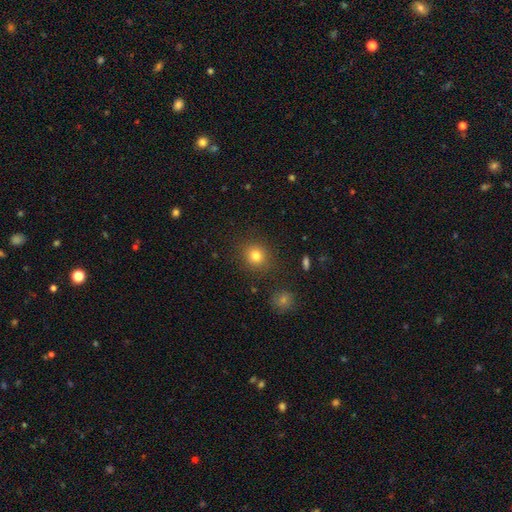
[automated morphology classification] Smooth or featured?
  - smooth: 81% *
  - star or artifact: 13%
  - featured or disk: 6%
How rounded?
  - round: 86% *
  - in between: 13%
  - cigar-shaped: 1%
Merging?
  - none: 87% *
  - minor disturbance: 8%
  - major disturbance: 3%
  - merger: 2%